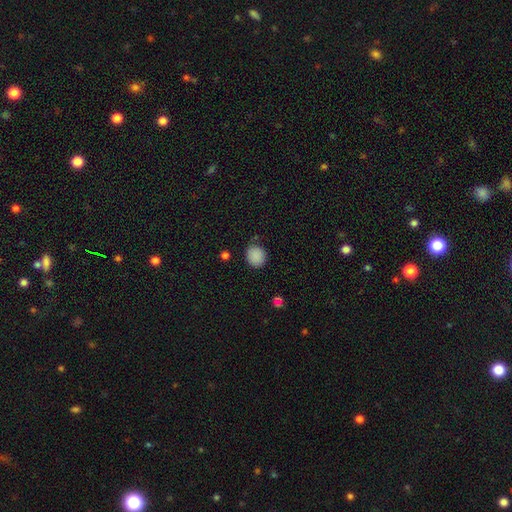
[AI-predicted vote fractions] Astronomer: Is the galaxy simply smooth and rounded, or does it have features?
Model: smooth — 88%.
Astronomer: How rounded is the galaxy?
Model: round — 76%.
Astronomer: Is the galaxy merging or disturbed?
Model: none — 80%.